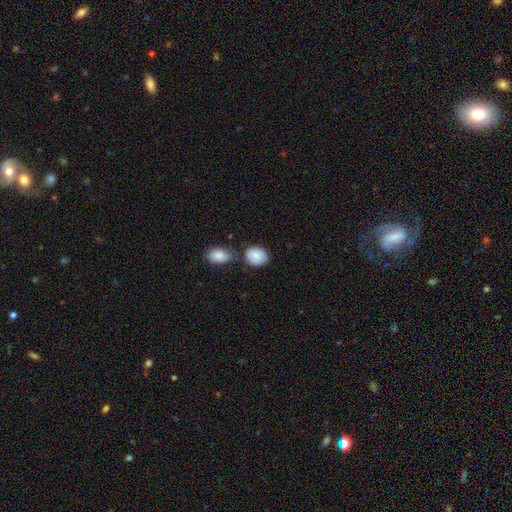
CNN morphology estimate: smooth-or-featured: smooth: 83% | featured or disk: 10% | star or artifact: 7%
  how-rounded: in between: 51% | round: 48% | cigar-shaped: 1%
  merging: none: 62% | minor disturbance: 17% | merger: 17% | major disturbance: 4%